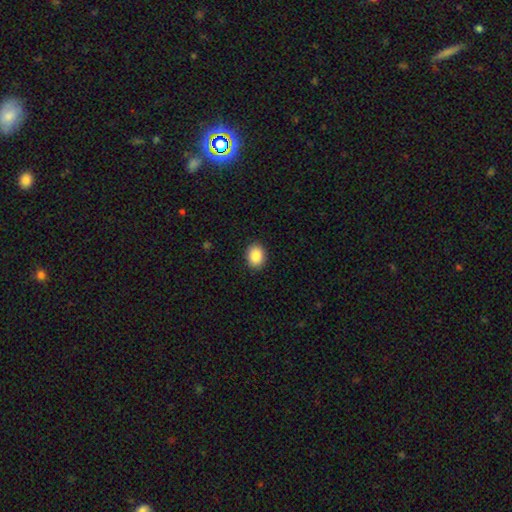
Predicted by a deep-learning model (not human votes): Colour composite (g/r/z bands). It shows a smooth galaxy with no disk features (88%) that is in between round and cigar-shaped (60%). Merging: none (90%).